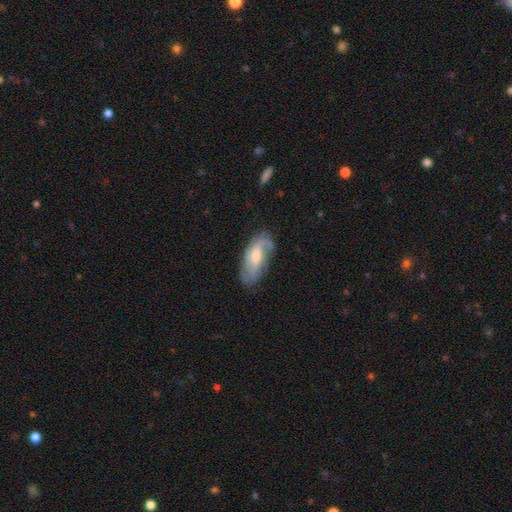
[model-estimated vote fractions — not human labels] A featured or disk galaxy (54%).

Vote fractions:
- Smooth or featured? featured or disk: 54% / smooth: 40% / star or artifact: 6%
- Edge-on disk? no: 90% / yes: 10%
- Merging? none: 63% / minor disturbance: 24% / major disturbance: 10% / merger: 2%